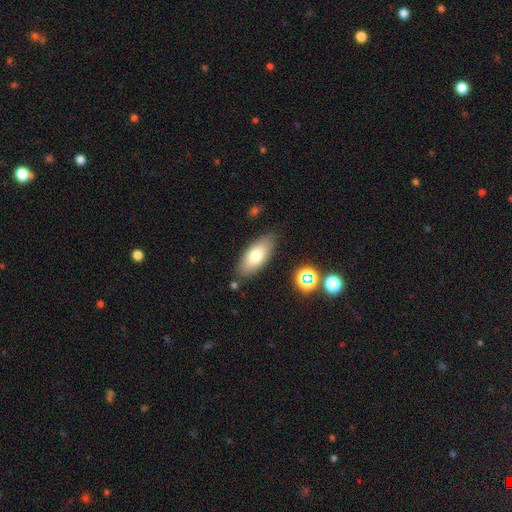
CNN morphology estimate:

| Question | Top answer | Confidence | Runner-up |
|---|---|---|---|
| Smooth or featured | smooth | 73% | featured or disk (19%) |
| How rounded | in between | 82% | cigar-shaped (15%) |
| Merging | none | 84% | minor disturbance (11%) |